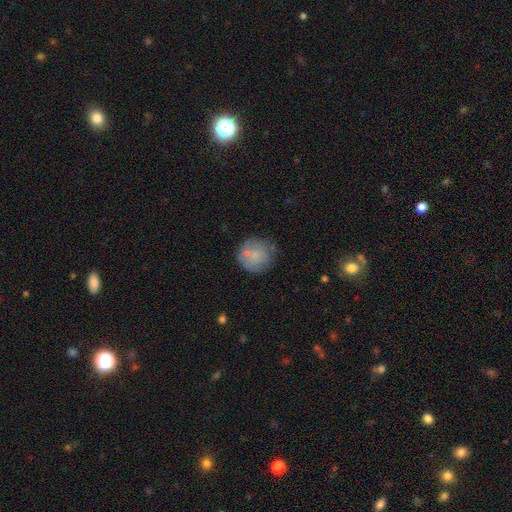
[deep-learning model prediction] Smooth or featured?
  - smooth: 72% *
  - featured or disk: 19%
  - star or artifact: 8%
How rounded?
  - round: 91% *
  - in between: 8%
  - cigar-shaped: 1%
Merging?
  - none: 66% *
  - minor disturbance: 19%
  - merger: 8%
  - major disturbance: 6%